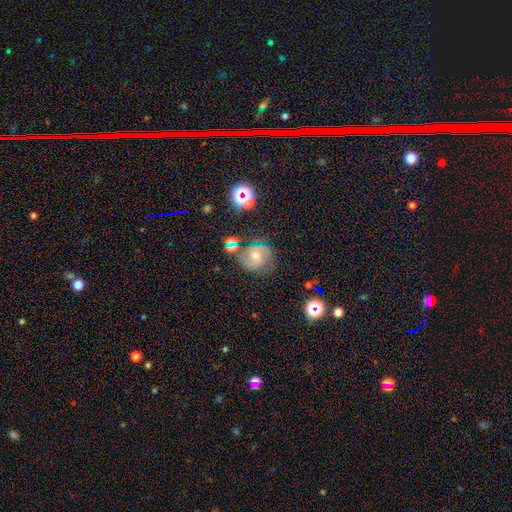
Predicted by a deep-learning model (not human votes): The model was most divided on "spiral winding": tight: 50%, medium: 42%, loose: 9%. More confident: edge-on disk — no (98%); spiral arms — yes (95%); smooth or featured — featured or disk (73%); spiral arm count — 2 (70%); merging — none (68%); bar — no (61%); bulge size — moderate (58%).